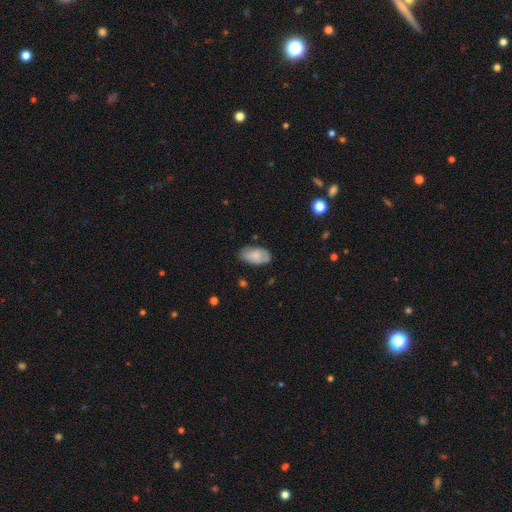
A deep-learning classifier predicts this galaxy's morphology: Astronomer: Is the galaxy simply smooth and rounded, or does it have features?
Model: smooth — 76%.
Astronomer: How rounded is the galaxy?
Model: in between — 94%.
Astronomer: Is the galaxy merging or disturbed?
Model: none — 69%.